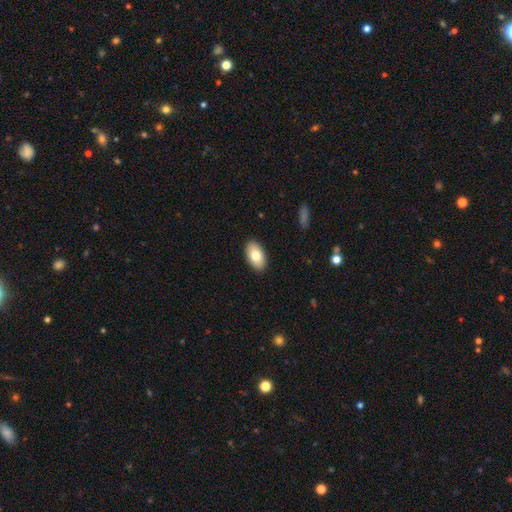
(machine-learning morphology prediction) Smooth or featured: smooth — 79% (featured or disk — 15%)
How rounded: in between — 95% (round — 4%)
Merging: none — 90% (minor disturbance — 8%)